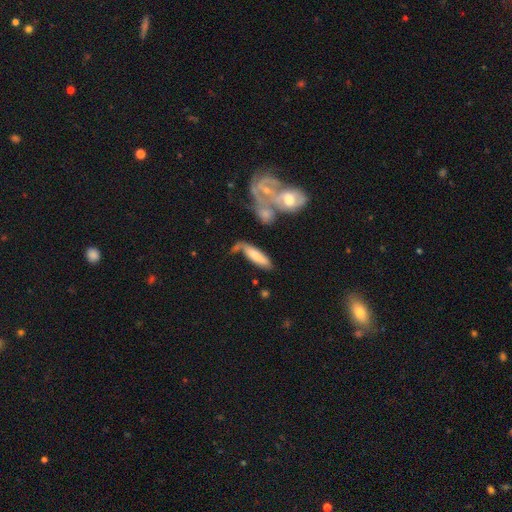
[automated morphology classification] Overall: smooth (63%; featured or disk 30%). How rounded: cigar-shaped (51%; in between 47%). Merging: none (38%; minor disturbance 23%).